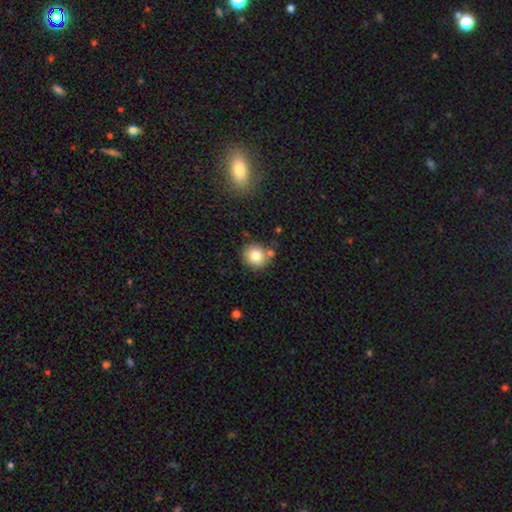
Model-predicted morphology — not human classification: smooth_or_featured: smooth (p=0.82) [alt: star or artifact p=0.10]
how_rounded: round (p=0.88) [alt: in between p=0.11]
merging: none (p=0.75) [alt: minor disturbance p=0.12]